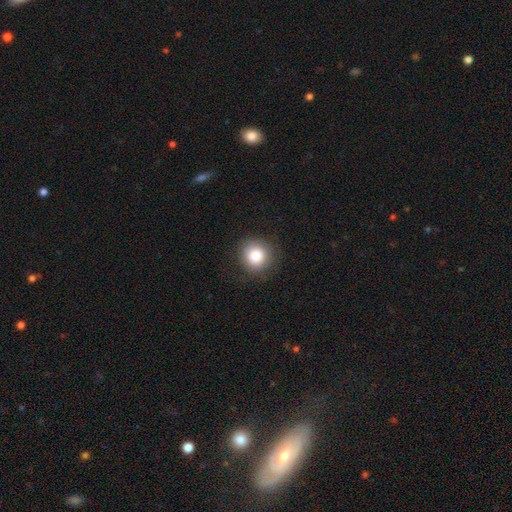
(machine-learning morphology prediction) Q: Smooth or featured?
A: smooth (85%); runner-up: star or artifact (9%)
Q: How rounded?
A: round (92%); runner-up: in between (7%)
Q: Merging?
A: none (84%); runner-up: minor disturbance (11%)